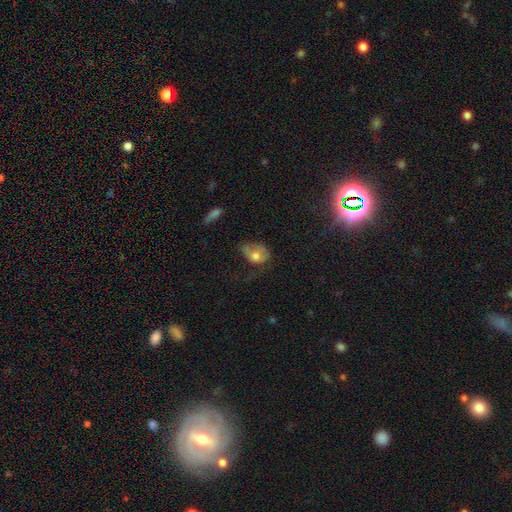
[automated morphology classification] A smooth galaxy with no disk features (67%) that is in between round and cigar-shaped (68%). Merging: major disturbance (38%).